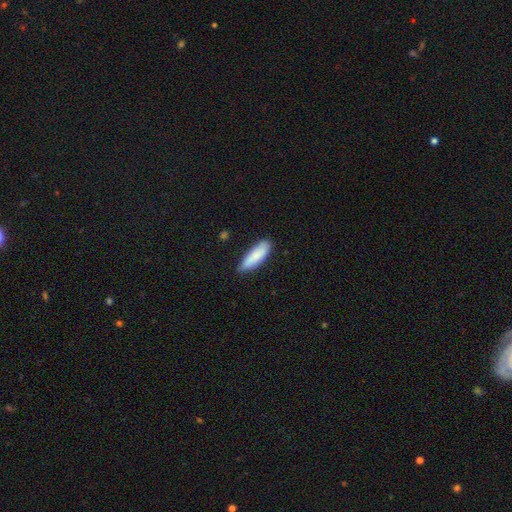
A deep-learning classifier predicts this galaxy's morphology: smooth_or_featured: smooth (p=0.84) [alt: featured or disk p=0.10]
how_rounded: in between (p=0.50) [alt: cigar-shaped p=0.49]
merging: none (p=0.78) [alt: minor disturbance p=0.18]